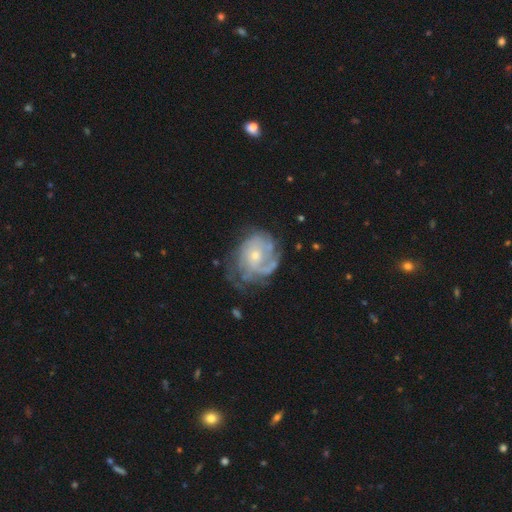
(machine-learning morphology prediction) Overall: featured or disk (79%). Edge-on disk: no (97%). Bar: no (77%). Spiral arms: yes (86%). Spiral arm count: can't tell (43%; 2 21%). Spiral winding: tight (54%; medium 32%). Bulge size: small (61%; moderate 34%). Merging: none (52%; minor disturbance 25%).